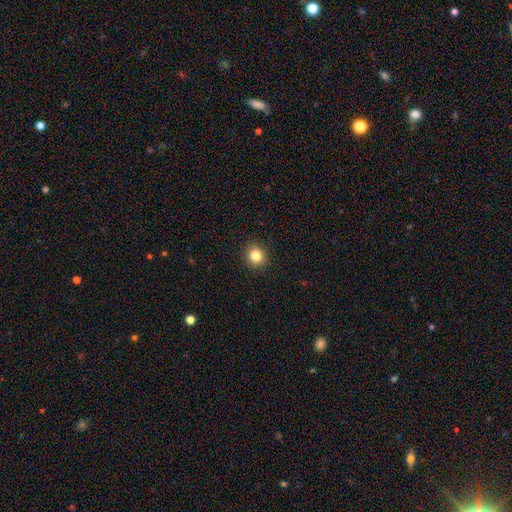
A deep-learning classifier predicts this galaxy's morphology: Q: Smooth or featured?
A: smooth (83%); runner-up: star or artifact (11%)
Q: How rounded?
A: round (84%); runner-up: in between (15%)
Q: Merging?
A: none (92%); runner-up: minor disturbance (6%)